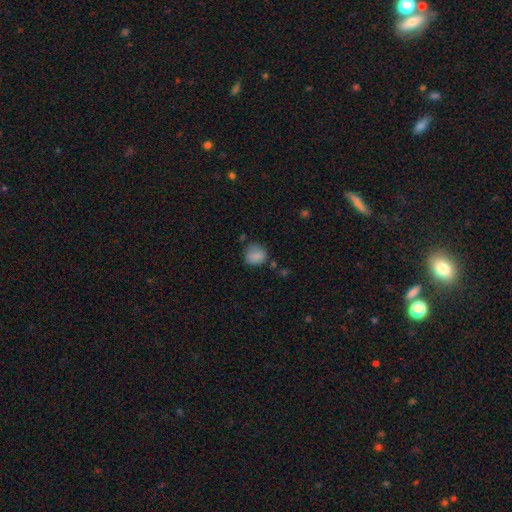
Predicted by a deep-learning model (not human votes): smooth 84%, star or artifact 10%, featured or disk 7%. Down the decision tree: how rounded — round (67%); merging — none (69%).